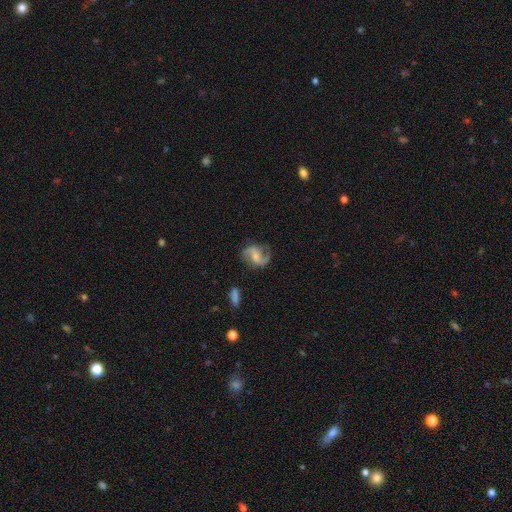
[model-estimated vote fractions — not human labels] Overall: featured or disk (83%). Edge-on disk: no (98%). Bar: weak (50%; no 26%). Spiral arms: yes (96%). Spiral arm count: 2 (90%). Spiral winding: loose (48%; medium 42%). Bulge size: small (43%; moderate 34%). Merging: none (74%).